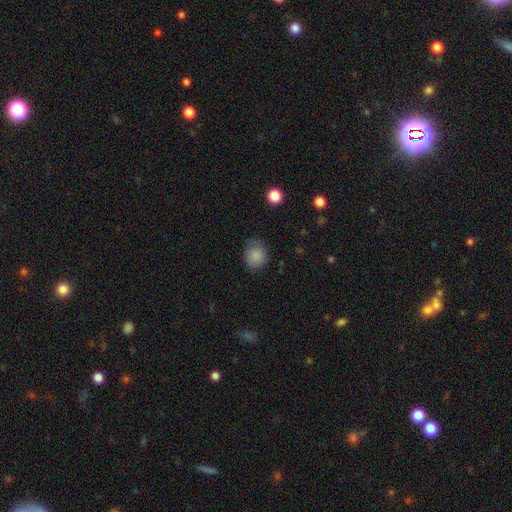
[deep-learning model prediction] A smooth galaxy with no disk features (86%) that is round (74%). Merging: none (72%).